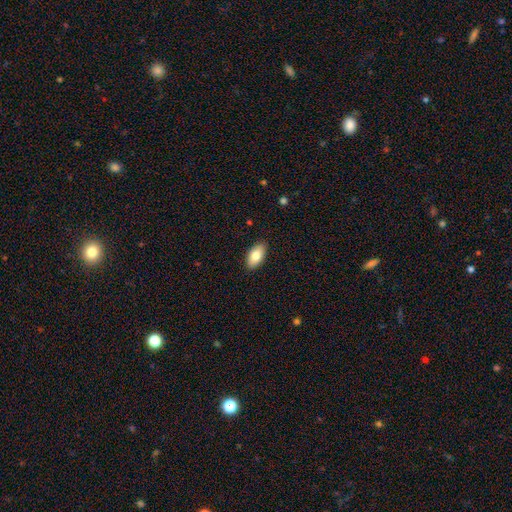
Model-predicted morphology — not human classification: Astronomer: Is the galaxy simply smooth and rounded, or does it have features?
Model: smooth — 81%.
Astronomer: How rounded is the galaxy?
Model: in between — 94%.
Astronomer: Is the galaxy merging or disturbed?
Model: none — 89%.